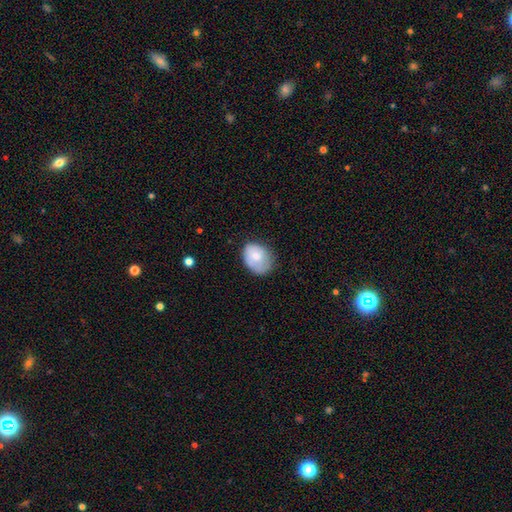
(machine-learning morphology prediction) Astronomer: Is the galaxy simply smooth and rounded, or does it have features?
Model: smooth — 74%.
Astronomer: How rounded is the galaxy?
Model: in between — 57% (runner-up: round, 42%).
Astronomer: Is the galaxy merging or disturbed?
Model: none — 60%.